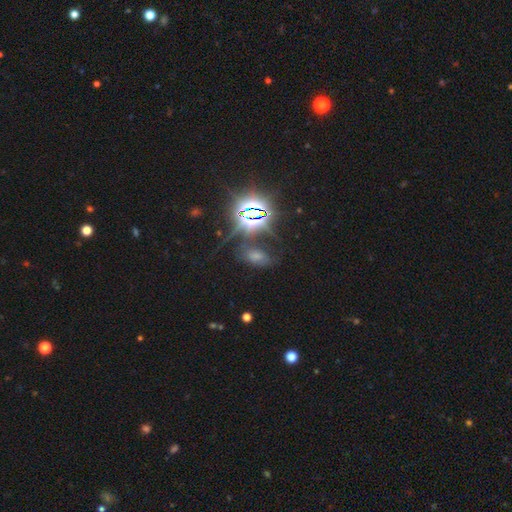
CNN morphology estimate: star or artifact 49%, smooth 37%, featured or disk 14%.